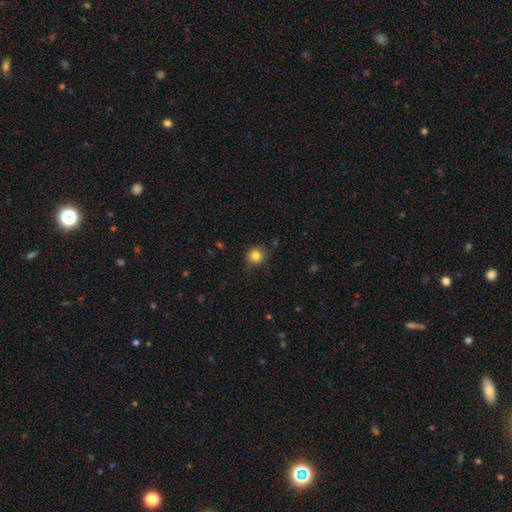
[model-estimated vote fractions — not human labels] A smooth galaxy with no disk features (84%) that is round (89%).

Vote fractions:
- Smooth or featured? smooth: 84% / star or artifact: 11% / featured or disk: 5%
- How rounded? round: 89% / in between: 10% / cigar-shaped: 1%
- Merging? none: 85% / minor disturbance: 12% / major disturbance: 3% / merger: 1%